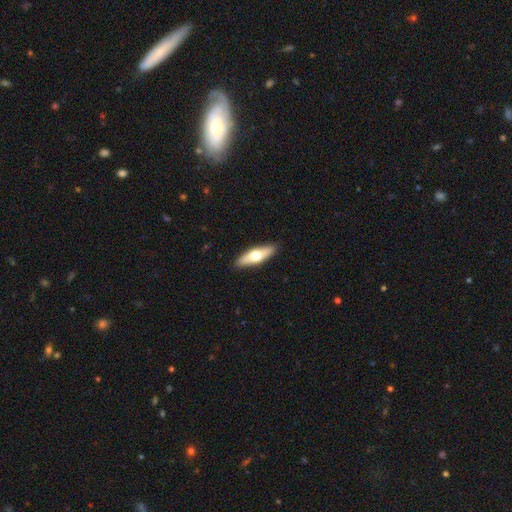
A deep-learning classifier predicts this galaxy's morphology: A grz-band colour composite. It shows a smooth galaxy with no disk features (51%) that is cigar-shaped (50%). Merging: none (90%).